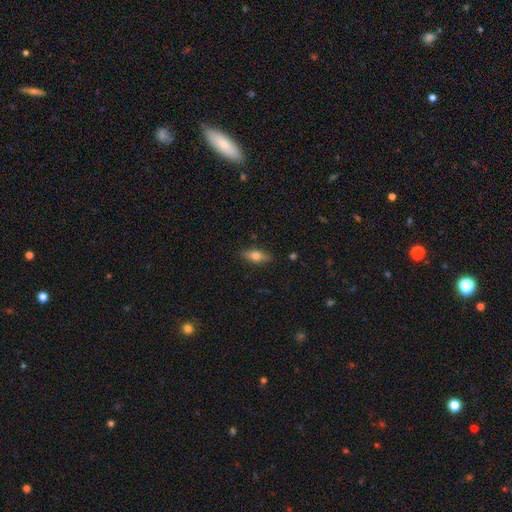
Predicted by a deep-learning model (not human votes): The model was most divided on "smooth or featured": smooth: 61%, featured or disk: 32%, star or artifact: 8%. More confident: merging — none (85%); how rounded — in between (64%).